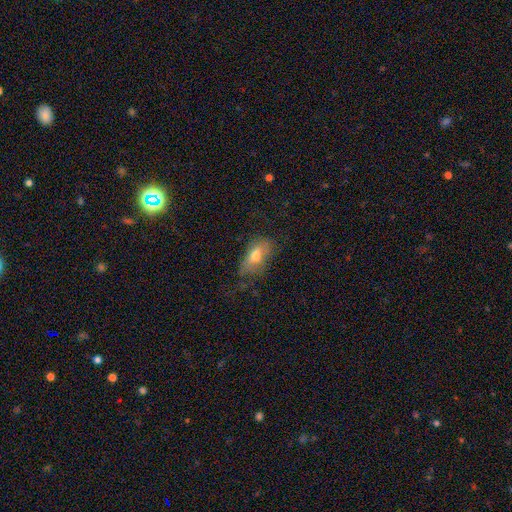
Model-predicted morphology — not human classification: type=smooth (70%); roundness=in between (88%); merging=none (55%).